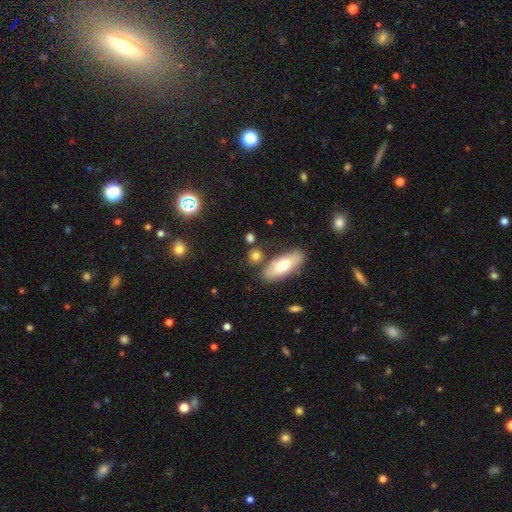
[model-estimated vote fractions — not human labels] Smooth or featured? smooth (74%)
How rounded? round (44%, tied with in between)
Merging? none (71%)